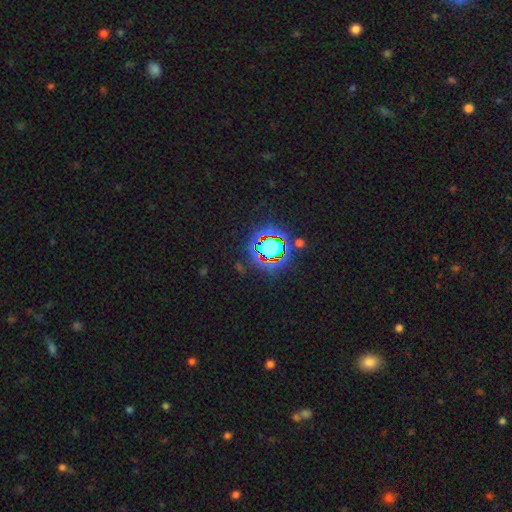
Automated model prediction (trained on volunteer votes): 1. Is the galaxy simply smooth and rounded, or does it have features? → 79% star or artifact, 12% smooth, 8% featured or disk.